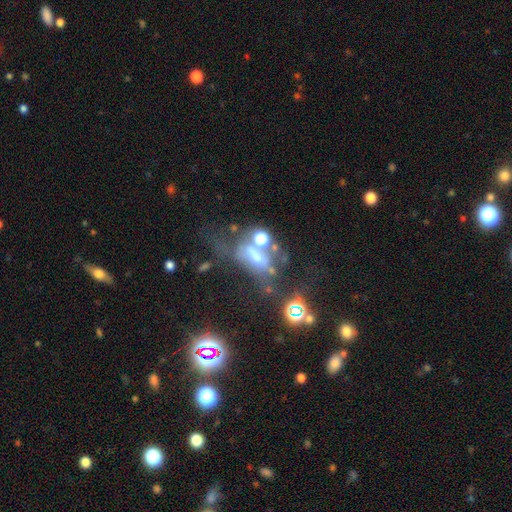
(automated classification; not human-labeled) This is marginally a featured or disk galaxy (40%). Merging: marginally major disturbance (32%, tied with merger).